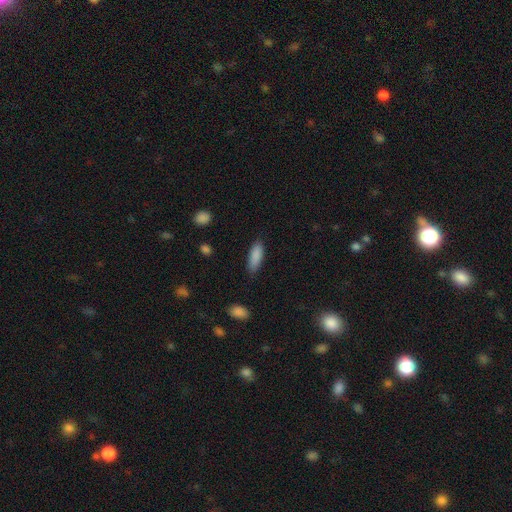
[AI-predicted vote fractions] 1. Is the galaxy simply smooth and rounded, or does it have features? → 88% smooth, 6% star or artifact, 6% featured or disk.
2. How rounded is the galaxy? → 56% in between, 43% cigar-shaped, 2% round.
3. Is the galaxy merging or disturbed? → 82% none, 14% minor disturbance, 3% major disturbance, 1% merger.